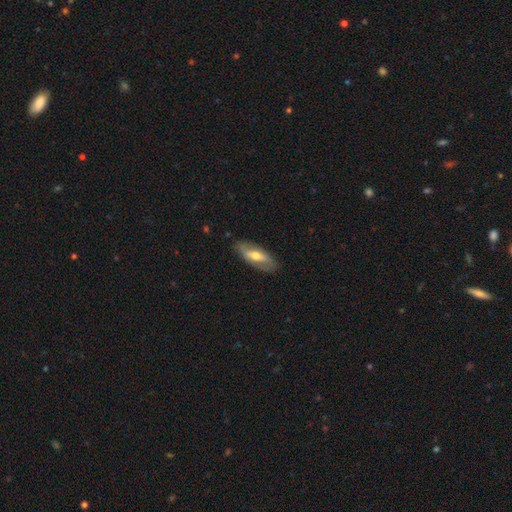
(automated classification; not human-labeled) smooth-or-featured: featured or disk: 54% | smooth: 41% | star or artifact: 6%
  disk-edge-on: no: 74% | yes: 26%
  merging: none: 80% | minor disturbance: 15% | major disturbance: 4% | merger: 1%